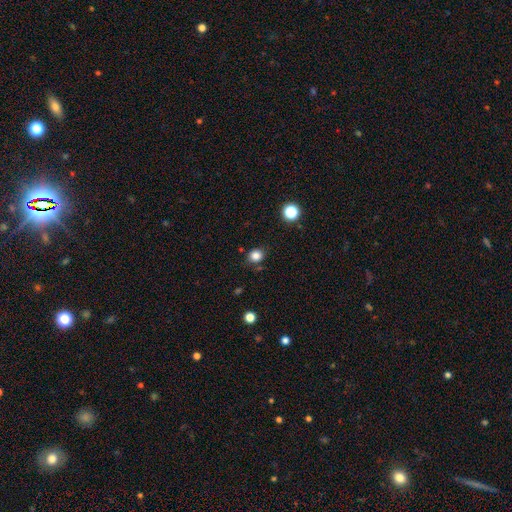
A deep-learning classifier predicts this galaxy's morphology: The model was most divided on "how rounded": round: 76%, in between: 23%, cigar-shaped: 1%. More confident: smooth or featured — smooth (83%); merging — none (82%).